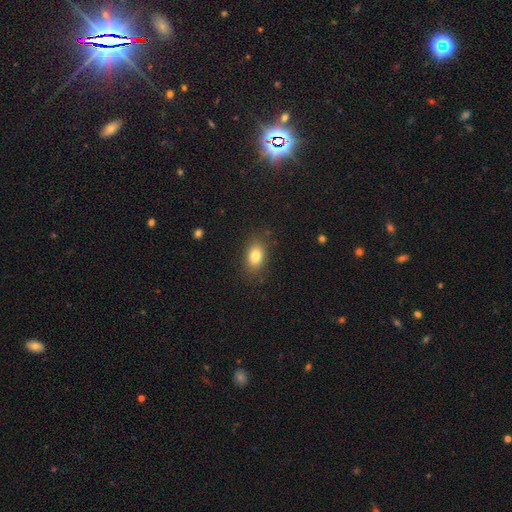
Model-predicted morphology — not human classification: Smooth or featured? Predicted: smooth (p=0.81). How rounded? Predicted: in between (p=0.82). Merging? Predicted: none (p=0.85).